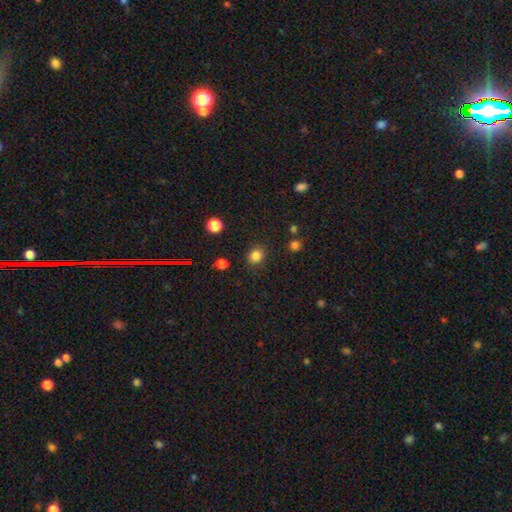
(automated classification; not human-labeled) A smooth galaxy with no disk features (83%) that is round (68%). Merging: none (87%).